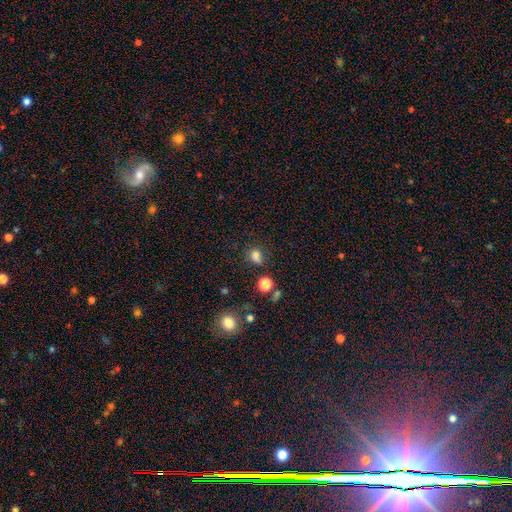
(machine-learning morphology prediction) Smooth or featured: smooth — 77% (star or artifact — 17%)
How rounded: round — 58% (in between — 41%)
Merging: none — 61% (minor disturbance — 20%)